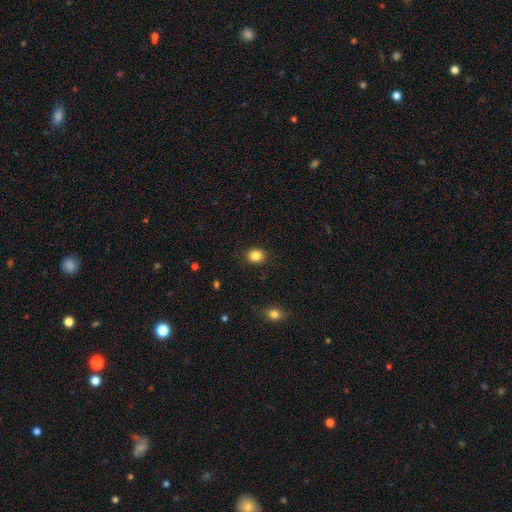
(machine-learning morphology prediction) A smooth galaxy with no disk features (84%) that is round (66%).

Vote fractions:
- Smooth or featured? smooth: 84% / star or artifact: 11% / featured or disk: 5%
- How rounded? round: 66% / in between: 33% / cigar-shaped: 1%
- Merging? none: 89% / minor disturbance: 8% / major disturbance: 2% / merger: 1%